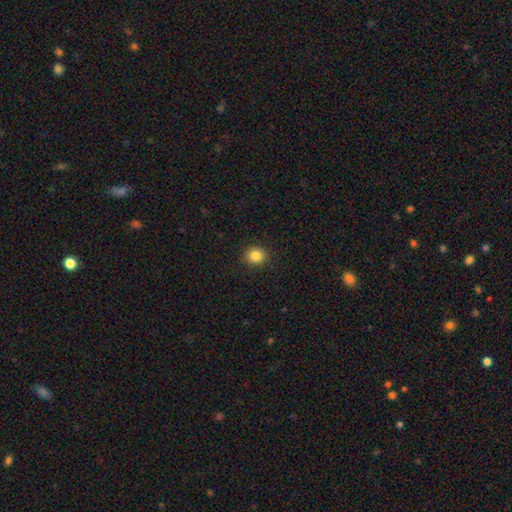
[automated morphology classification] Smooth or featured? smooth (85%)
How rounded? round (88%)
Merging? none (91%)